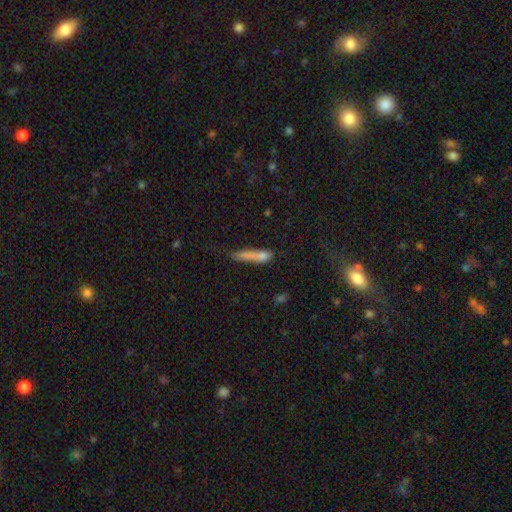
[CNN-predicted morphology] A smooth galaxy with no disk features (67%) that is cigar-shaped (83%).

Vote fractions:
- Smooth or featured? smooth: 67% / featured or disk: 21% / star or artifact: 11%
- How rounded? cigar-shaped: 83% / in between: 13% / round: 3%
- Merging? none: 47% / minor disturbance: 24% / major disturbance: 15% / merger: 15%